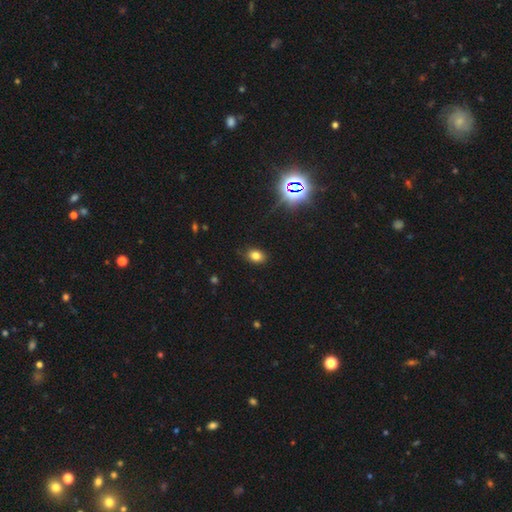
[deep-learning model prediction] Smooth or featured? Predicted: smooth (p=0.76). How rounded? Predicted: in between (p=0.68). Merging? Predicted: none (p=0.84).